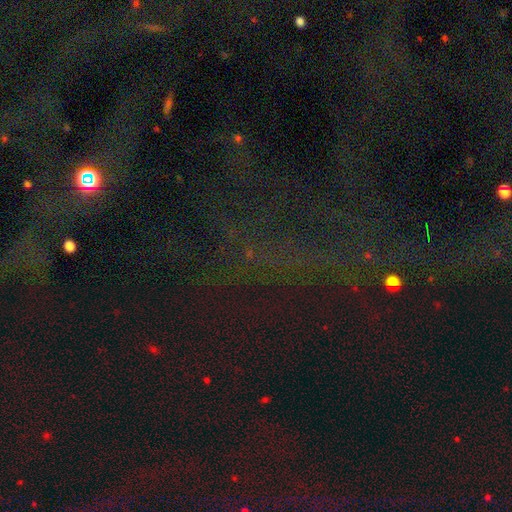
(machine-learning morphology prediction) Smooth or featured: star or artifact — 78% (smooth — 12%)